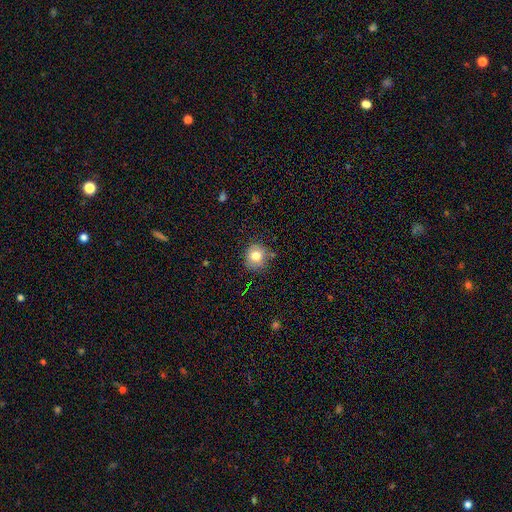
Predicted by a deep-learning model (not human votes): smooth 79%, star or artifact 11%, featured or disk 10%. Down the decision tree: how rounded — round (85%); merging — none (76%).